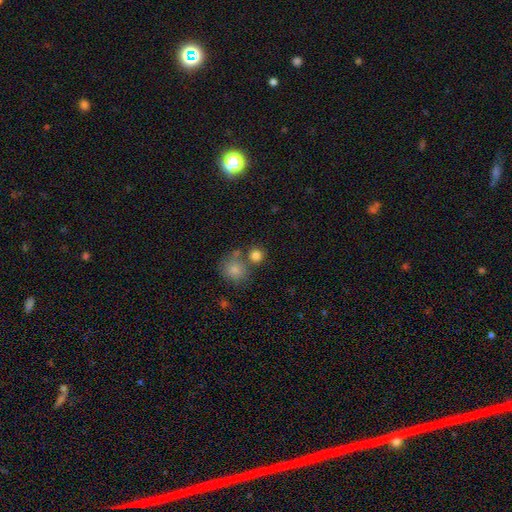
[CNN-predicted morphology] Smooth or featured?
  - smooth: 81% *
  - star or artifact: 12%
  - featured or disk: 7%
How rounded?
  - round: 88% *
  - in between: 11%
  - cigar-shaped: 1%
Merging?
  - none: 64% *
  - merger: 24%
  - minor disturbance: 8%
  - major disturbance: 3%